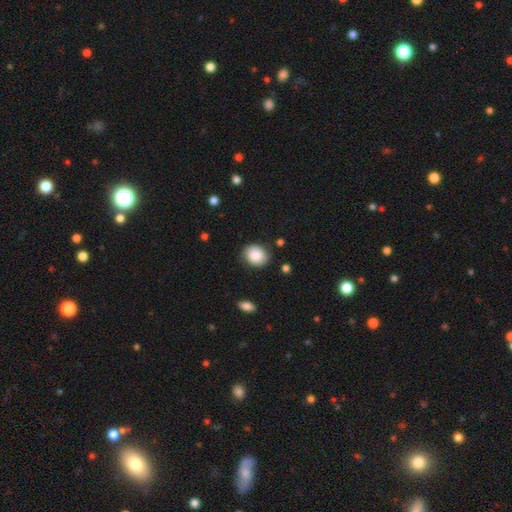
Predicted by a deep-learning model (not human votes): Overall: smooth (85%). How rounded: round (55%; in between 44%). Merging: none (81%).